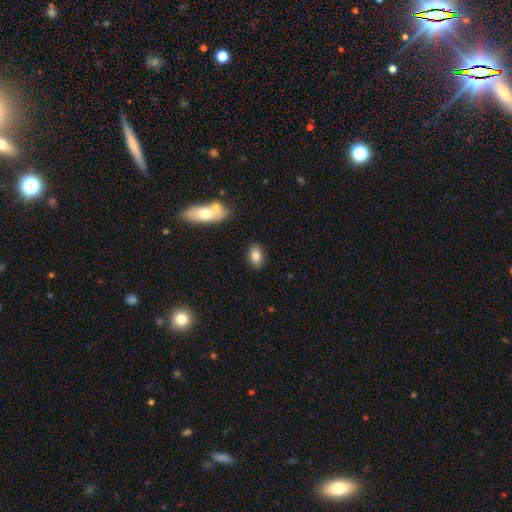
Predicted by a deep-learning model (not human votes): The model was most divided on "merging": none: 85%, minor disturbance: 9%, merger: 3%, major disturbance: 2%. More confident: how rounded — in between (88%); smooth or featured — smooth (84%).